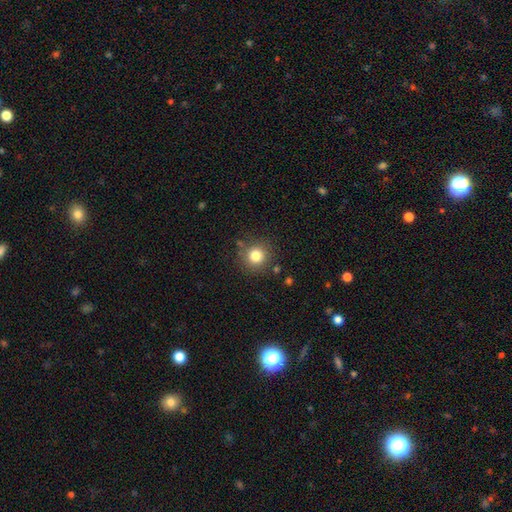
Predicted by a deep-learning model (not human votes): smooth-or-featured: smooth: 80% | star or artifact: 12% | featured or disk: 7%
  how-rounded: round: 93% | in between: 7% | cigar-shaped: 1%
  merging: none: 83% | minor disturbance: 10% | major disturbance: 4% | merger: 4%